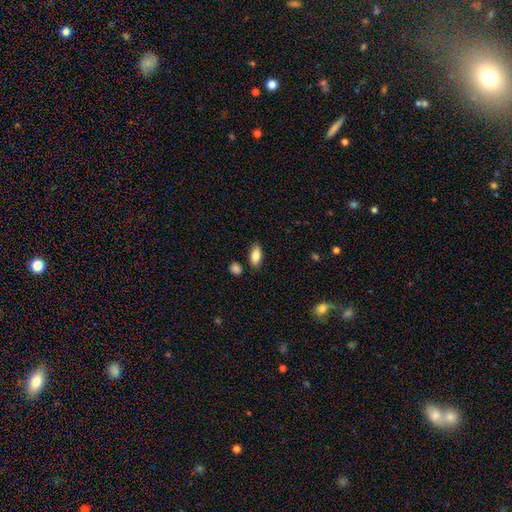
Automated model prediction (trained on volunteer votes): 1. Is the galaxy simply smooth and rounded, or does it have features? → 84% smooth, 9% featured or disk, 7% star or artifact.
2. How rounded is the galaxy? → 88% in between, 8% cigar-shaped, 3% round.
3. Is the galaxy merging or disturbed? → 83% none, 11% minor disturbance, 3% merger, 2% major disturbance.